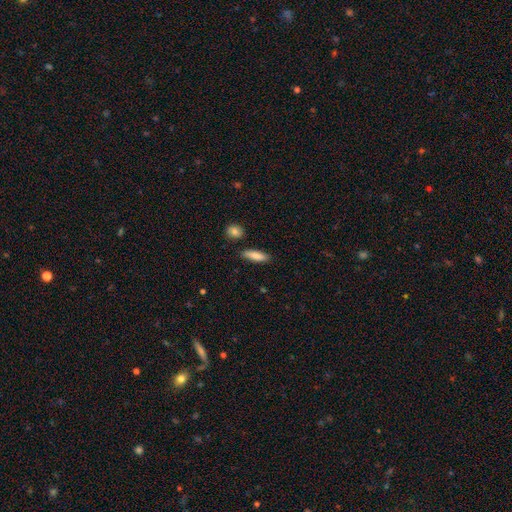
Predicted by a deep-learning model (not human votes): The model was most divided on "how rounded": cigar-shaped: 54%, in between: 44%, round: 2%. More confident: merging — none (84%); smooth or featured — smooth (83%).